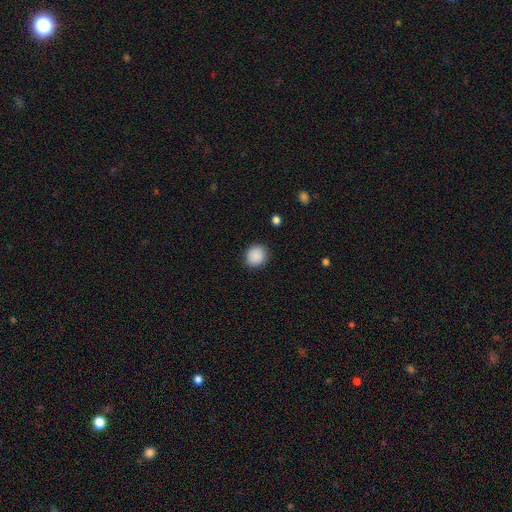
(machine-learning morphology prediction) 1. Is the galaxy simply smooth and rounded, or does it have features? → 89% smooth, 8% star or artifact, 3% featured or disk.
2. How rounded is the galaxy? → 88% round, 11% in between, 1% cigar-shaped.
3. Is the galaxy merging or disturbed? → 88% none, 8% minor disturbance, 2% major disturbance, 1% merger.